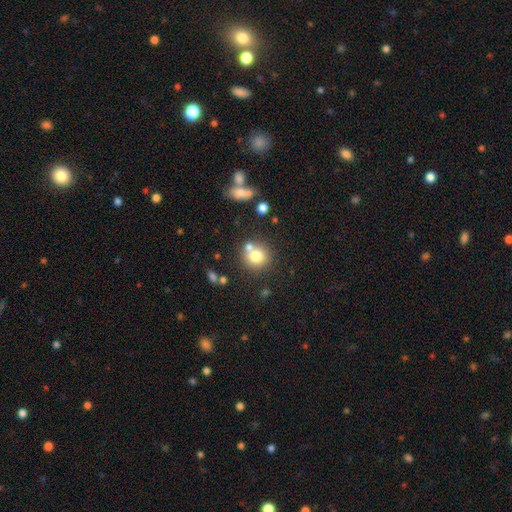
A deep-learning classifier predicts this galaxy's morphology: A smooth galaxy with no disk features (75%) that is round (89%). Merging: none (62%).